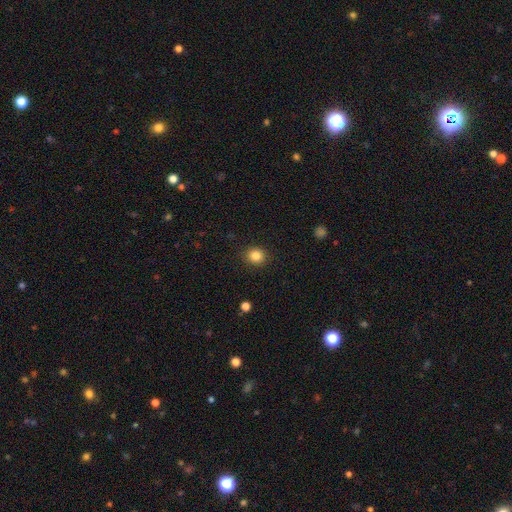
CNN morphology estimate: Smooth or featured?
  - smooth: 85% *
  - star or artifact: 11%
  - featured or disk: 4%
How rounded?
  - round: 82% *
  - in between: 17%
  - cigar-shaped: 1%
Merging?
  - none: 90% *
  - minor disturbance: 7%
  - major disturbance: 2%
  - merger: 1%